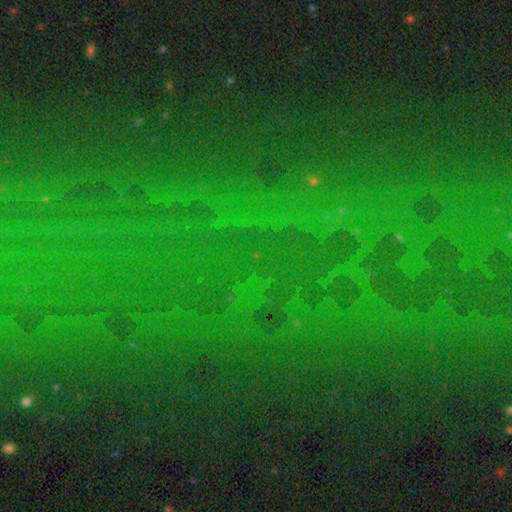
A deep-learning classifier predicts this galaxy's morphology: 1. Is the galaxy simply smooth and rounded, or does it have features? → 82% star or artifact, 10% smooth, 8% featured or disk.